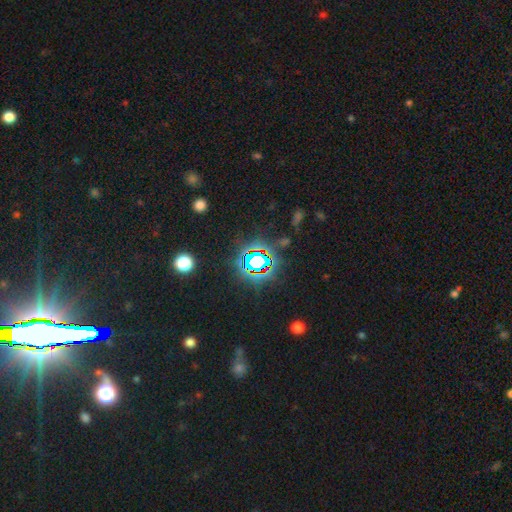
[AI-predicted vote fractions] This is likely a star or artifact rather than a galaxy (76%).